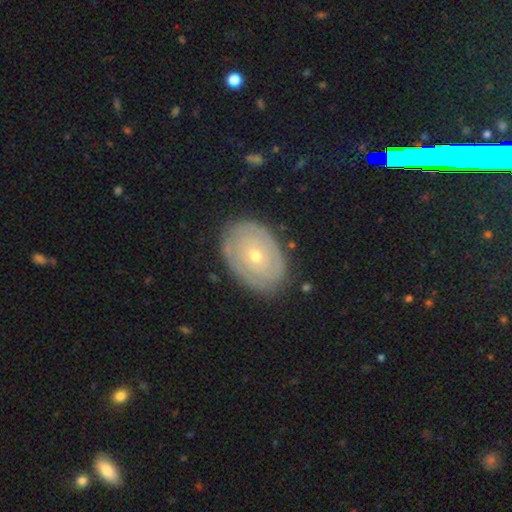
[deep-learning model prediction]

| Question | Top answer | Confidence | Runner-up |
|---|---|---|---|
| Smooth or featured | featured or disk | 69% | smooth (25%) |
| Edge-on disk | no | 95% | yes (5%) |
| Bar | no | 81% | weak (15%) |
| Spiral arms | yes | 67% | no (33%) |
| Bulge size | small | 62% | moderate (35%) |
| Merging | none | 81% | minor disturbance (14%) |